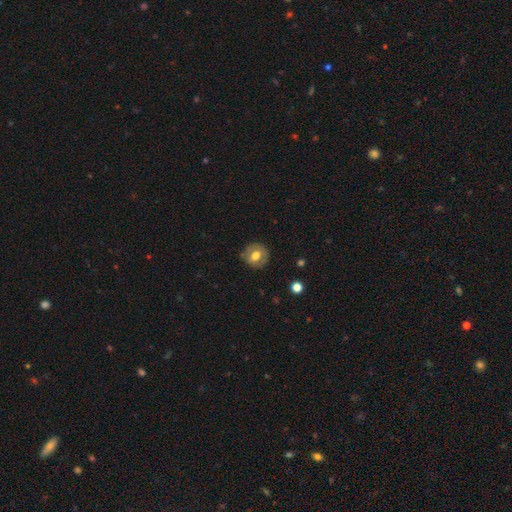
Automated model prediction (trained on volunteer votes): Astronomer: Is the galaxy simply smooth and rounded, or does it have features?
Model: smooth — 61%.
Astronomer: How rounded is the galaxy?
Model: round — 89%.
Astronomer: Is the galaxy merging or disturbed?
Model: none — 84%.